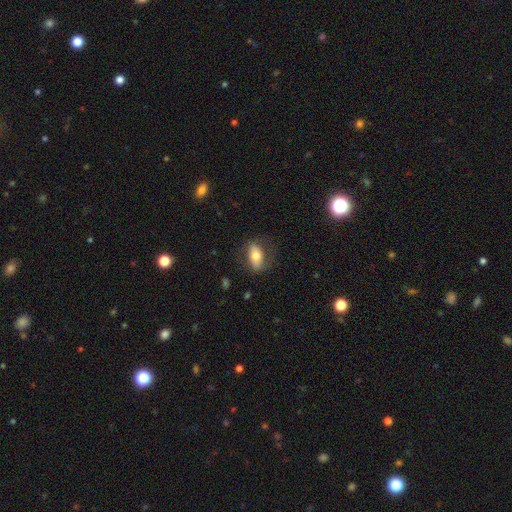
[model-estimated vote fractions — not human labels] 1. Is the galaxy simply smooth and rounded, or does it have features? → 64% smooth, 28% featured or disk, 7% star or artifact.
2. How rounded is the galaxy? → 87% in between, 7% round, 6% cigar-shaped.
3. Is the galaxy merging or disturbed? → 69% none, 19% minor disturbance, 11% major disturbance, 1% merger.